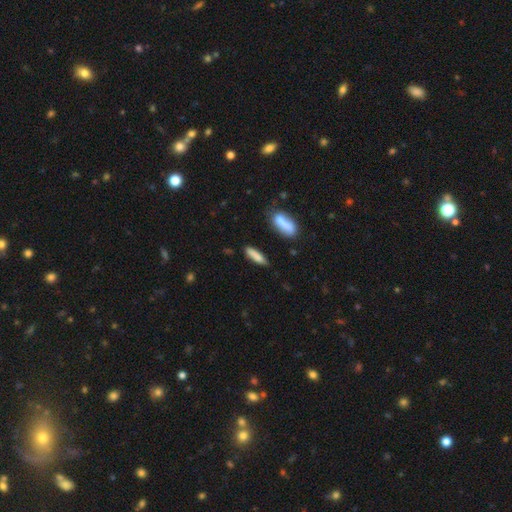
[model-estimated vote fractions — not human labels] Q: Smooth or featured?
A: smooth (81%); runner-up: featured or disk (12%)
Q: How rounded?
A: cigar-shaped (73%); runner-up: in between (25%)
Q: Merging?
A: none (79%); runner-up: minor disturbance (14%)